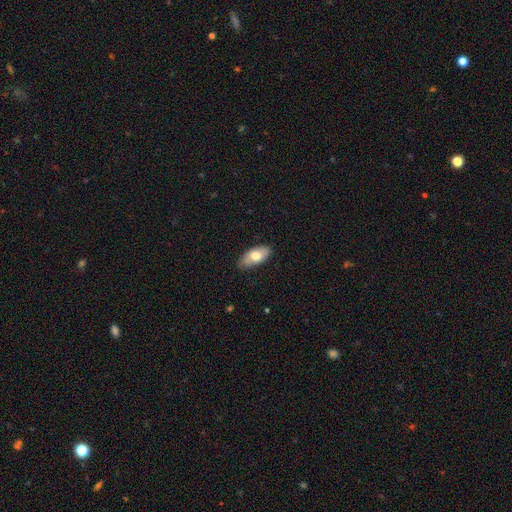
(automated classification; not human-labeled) smooth-or-featured: smooth: 68% | featured or disk: 26% | star or artifact: 6%
  how-rounded: in between: 91% | cigar-shaped: 6% | round: 3%
  merging: none: 82% | minor disturbance: 15% | major disturbance: 2% | merger: 1%